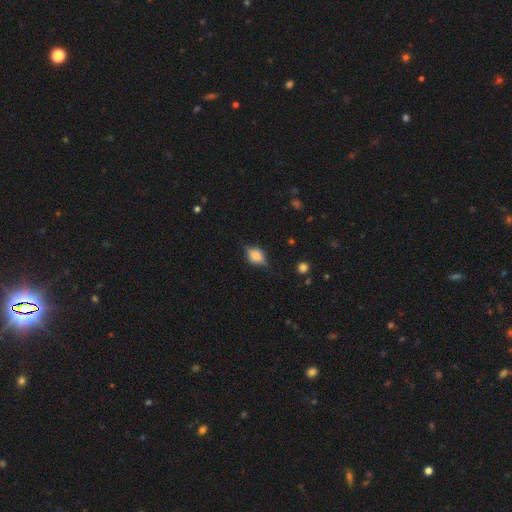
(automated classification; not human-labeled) Smooth or featured? Predicted: smooth (p=0.48). Merging? Predicted: none (p=0.71).